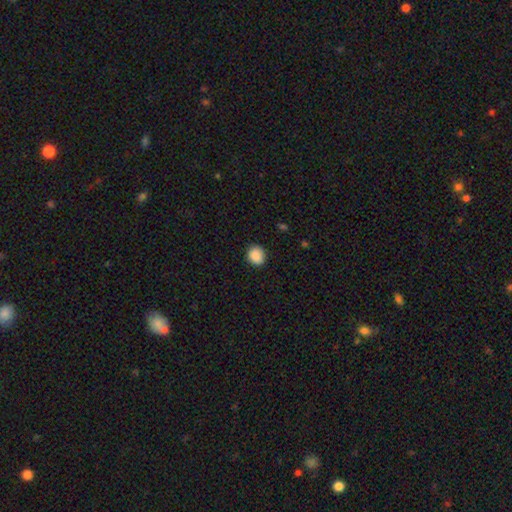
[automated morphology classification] A smooth galaxy with no disk features (89%) that is round (81%).

Vote fractions:
- Smooth or featured? smooth: 89% / star or artifact: 8% / featured or disk: 3%
- How rounded? round: 81% / in between: 18% / cigar-shaped: 1%
- Merging? none: 90% / minor disturbance: 7% / major disturbance: 2% / merger: 1%